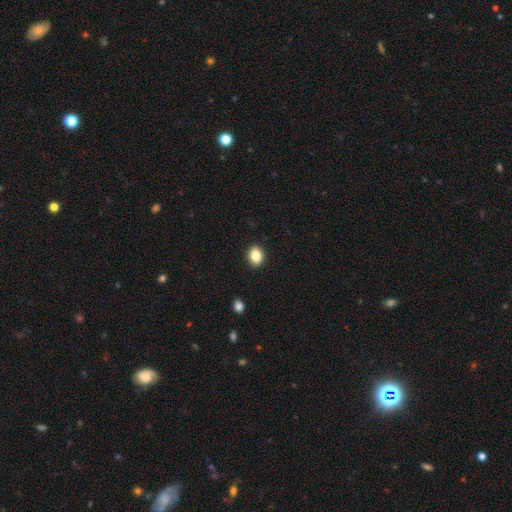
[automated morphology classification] Overall: smooth (85%). How rounded: in between (59%; round 40%). Merging: none (90%).